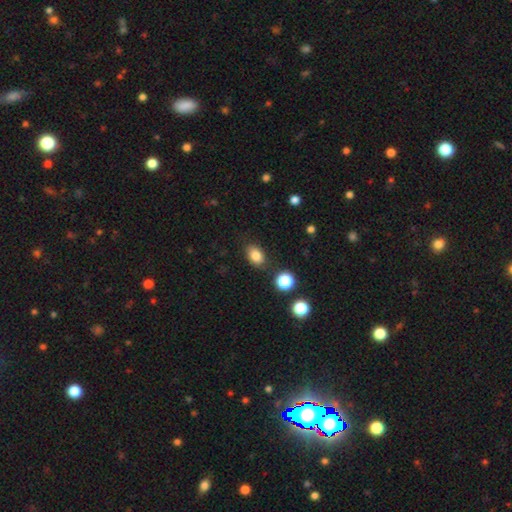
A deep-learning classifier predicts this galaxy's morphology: A smooth galaxy with no disk features (83%) that is in between round and cigar-shaped (76%).

Vote fractions:
- Smooth or featured? smooth: 83% / star or artifact: 11% / featured or disk: 7%
- How rounded? in between: 76% / round: 22% / cigar-shaped: 1%
- Merging? none: 82% / minor disturbance: 11% / merger: 3% / major disturbance: 3%